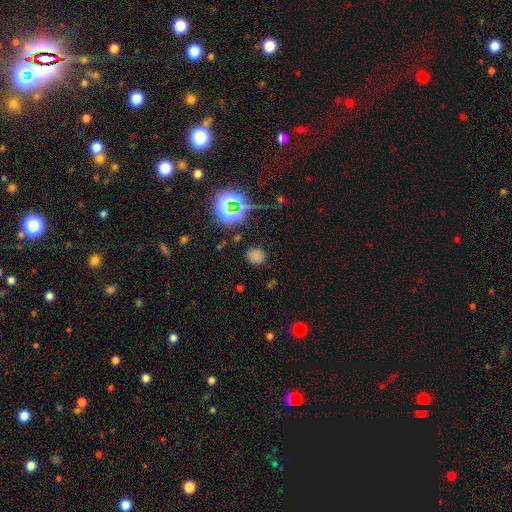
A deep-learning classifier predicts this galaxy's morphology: The model was most divided on "smooth or featured": smooth: 62%, star or artifact: 31%, featured or disk: 7%. More confident: merging — none (80%); how rounded — round (70%).